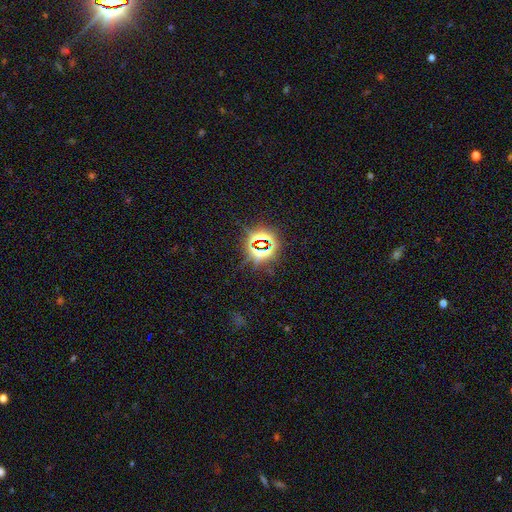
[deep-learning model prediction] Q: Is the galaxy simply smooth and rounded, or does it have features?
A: star or artifact — 79%.